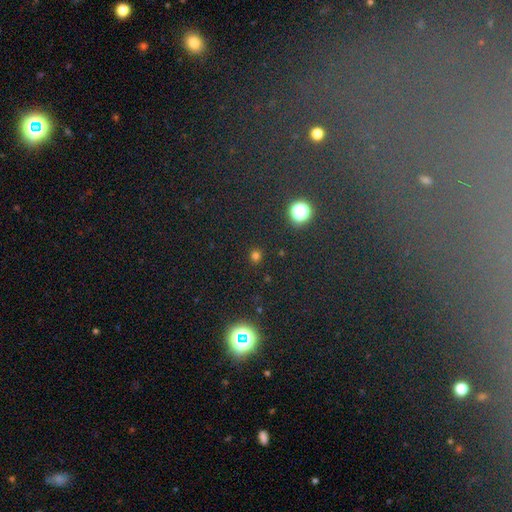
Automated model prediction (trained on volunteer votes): smooth-or-featured: smooth: 71% | star or artifact: 24% | featured or disk: 5%
  how-rounded: round: 87% | in between: 12% | cigar-shaped: 1%
  merging: none: 88% | minor disturbance: 7% | major disturbance: 2% | merger: 2%